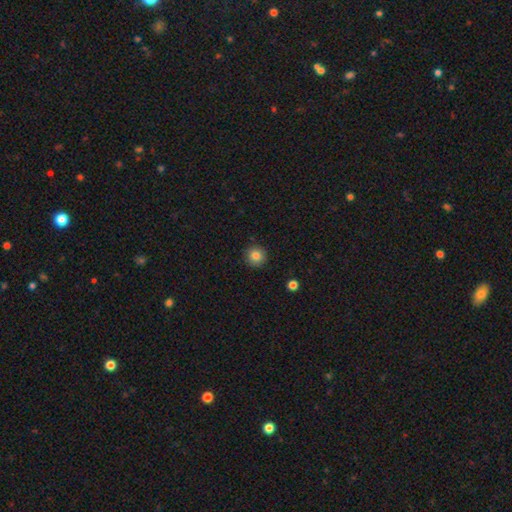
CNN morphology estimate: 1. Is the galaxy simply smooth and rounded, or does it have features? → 83% smooth, 10% star or artifact, 6% featured or disk.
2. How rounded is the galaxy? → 94% round, 5% in between, 1% cigar-shaped.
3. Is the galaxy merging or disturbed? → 91% none, 6% minor disturbance, 2% major disturbance, 1% merger.